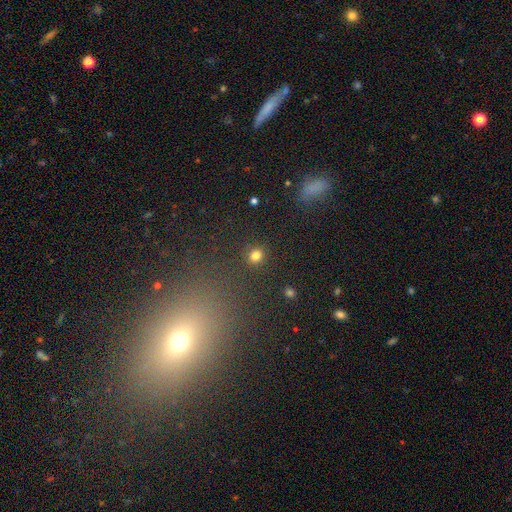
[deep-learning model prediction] Smooth or featured? smooth (80%)
How rounded? round (88%)
Merging? none (90%)